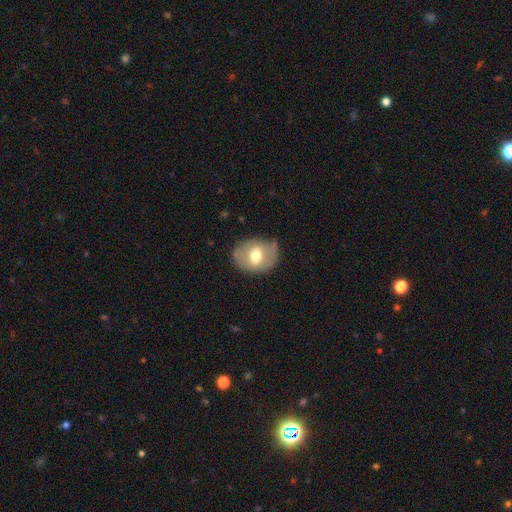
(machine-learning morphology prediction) A smooth galaxy with no disk features (53%) that is in between round and cigar-shaped (56%). Merging: none (69%).